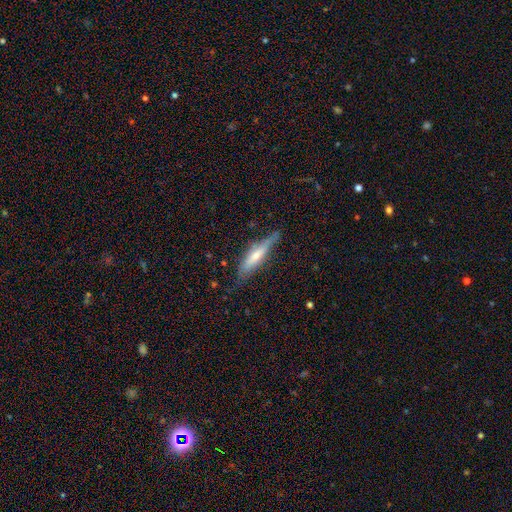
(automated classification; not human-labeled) The model was most divided on "smooth or featured": smooth: 49%, featured or disk: 45%, star or artifact: 6%. More confident: merging — none (70%).